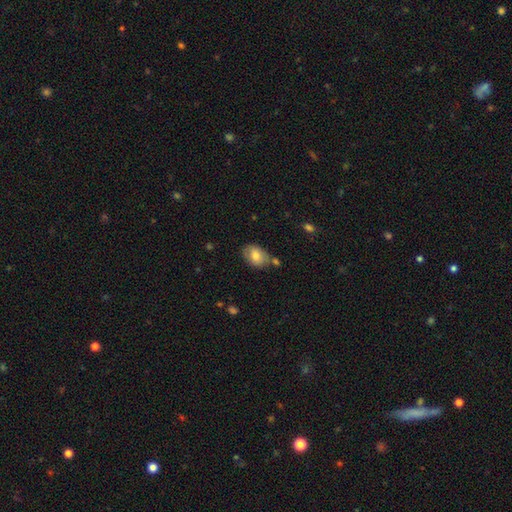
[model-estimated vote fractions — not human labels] This is likely a smooth galaxy (74%). How rounded: clearly in between (81%). Merging: likely none (63%).